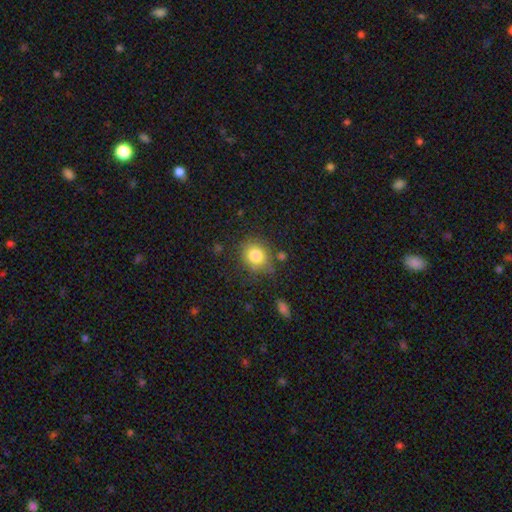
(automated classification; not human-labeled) smooth 81%, star or artifact 10%, featured or disk 9%. Down the decision tree: how rounded — round (72%); merging — none (73%).